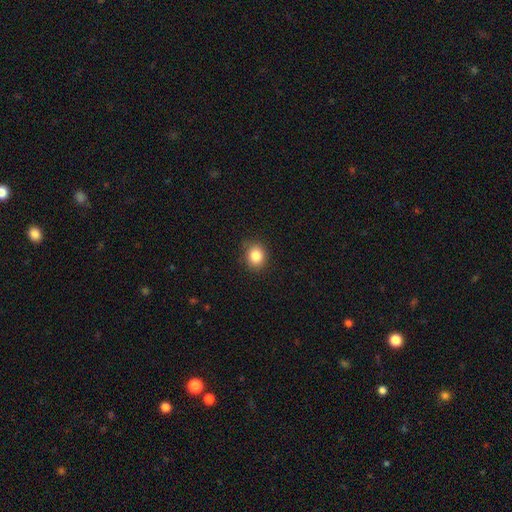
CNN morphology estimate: This appears to be a smooth galaxy with no disk features (85%) that is round (71%). Merging: none (85%).